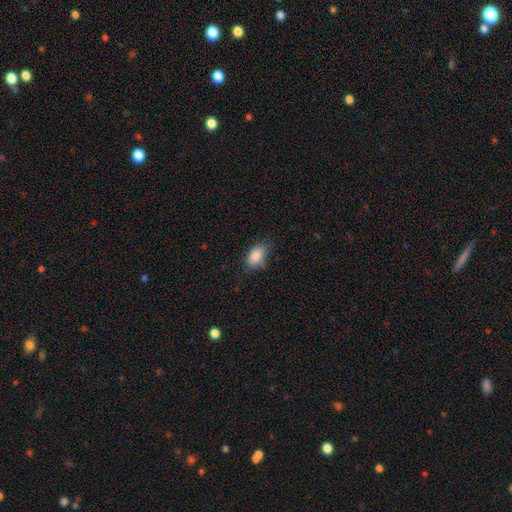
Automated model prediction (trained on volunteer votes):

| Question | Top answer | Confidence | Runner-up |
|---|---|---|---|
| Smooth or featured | smooth | 86% | star or artifact (8%) |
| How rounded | in between | 91% | round (7%) |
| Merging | none | 70% | minor disturbance (23%) |